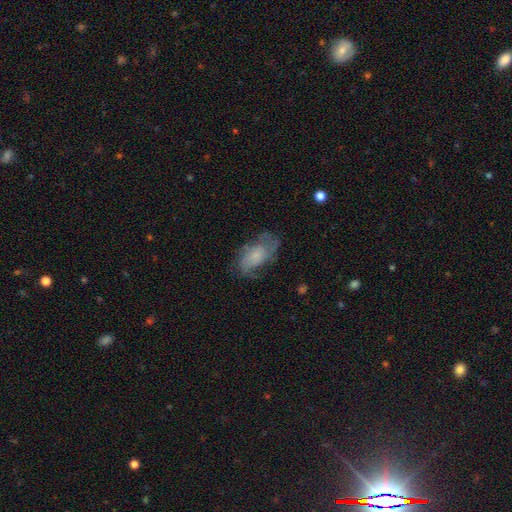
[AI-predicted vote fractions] Overall: featured or disk (56%; smooth 35%). Edge-on disk: no (95%). Bar: no (73%). Spiral arms: yes (81%). Bulge size: small (45%; moderate 24%). Merging: none (56%; minor disturbance 24%).